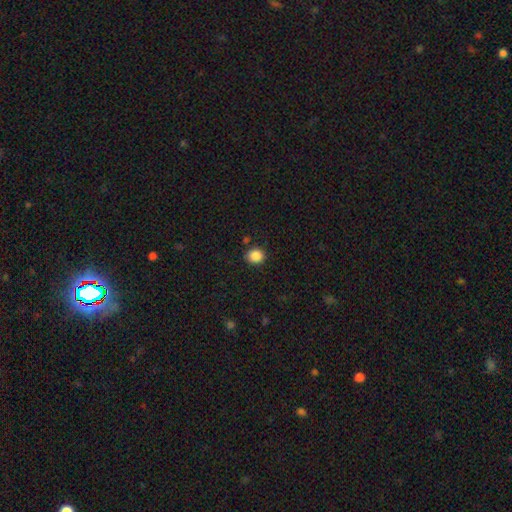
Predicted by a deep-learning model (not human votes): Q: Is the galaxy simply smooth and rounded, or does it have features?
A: smooth — 87%.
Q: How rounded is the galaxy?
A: round — 75%.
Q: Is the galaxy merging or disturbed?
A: none — 86%.